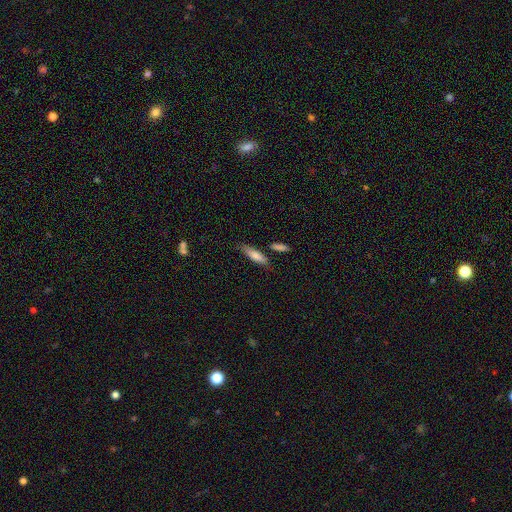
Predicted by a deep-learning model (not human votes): smooth_or_featured: smooth (p=0.71) [alt: featured or disk p=0.23]
how_rounded: cigar-shaped (p=0.66) [alt: in between p=0.32]
merging: none (p=0.74) [alt: minor disturbance p=0.15]